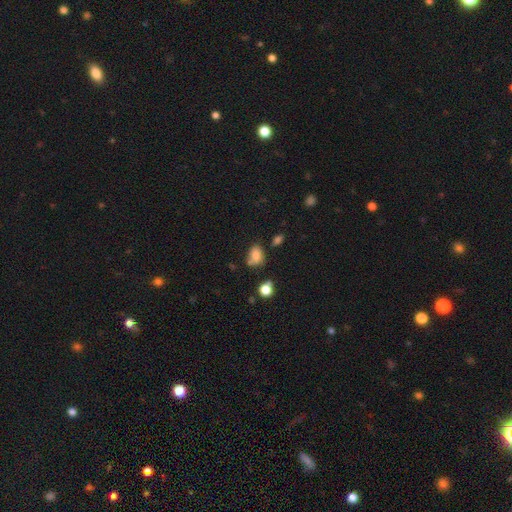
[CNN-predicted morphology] Smooth or featured: smooth — 77% (star or artifact — 13%)
How rounded: in between — 73% (round — 25%)
Merging: none — 51% (minor disturbance — 24%)